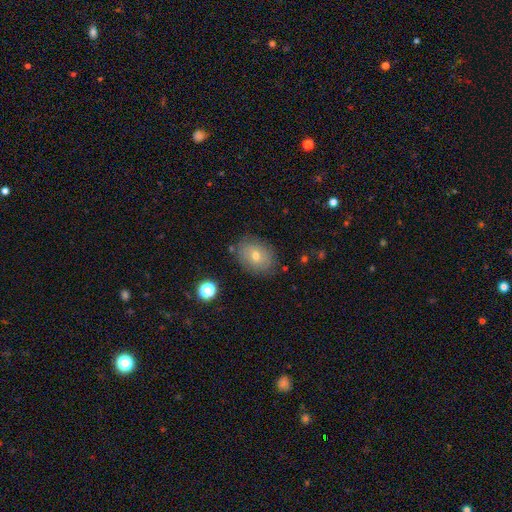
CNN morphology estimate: Smooth or featured? smooth (67%)
How rounded? in between (60%)
Merging? none (79%)